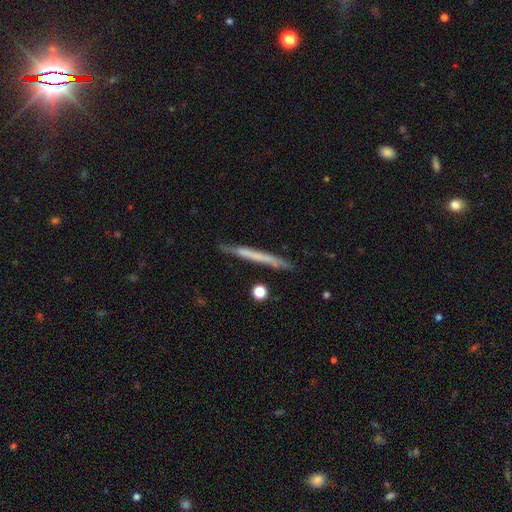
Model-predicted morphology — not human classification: Overall: smooth (51%; featured or disk 43%). How rounded: cigar-shaped (97%). Merging: none (85%).